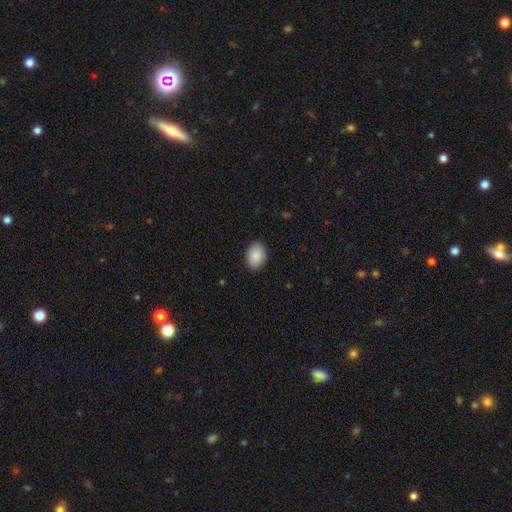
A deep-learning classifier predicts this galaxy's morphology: A smooth galaxy with no disk features (90%) that is in between round and cigar-shaped (77%). Merging: none (89%).